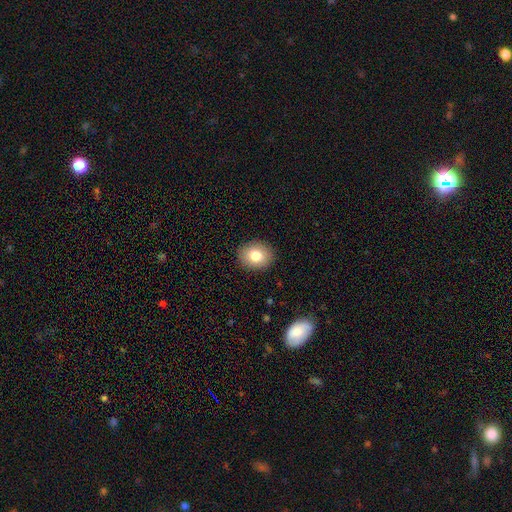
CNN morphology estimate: Smooth or featured? Predicted: smooth (p=0.80). How rounded? Predicted: round (p=0.55). Merging? Predicted: none (p=0.90).